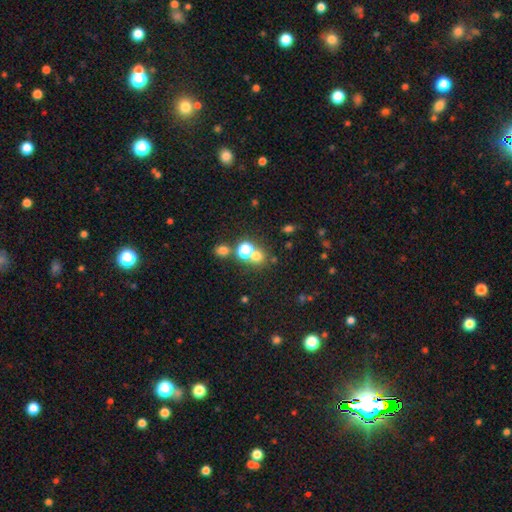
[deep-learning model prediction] Smooth or featured: smooth — 60% (star or artifact — 32%)
How rounded: round — 86% (in between — 13%)
Merging: none — 63% (merger — 25%)